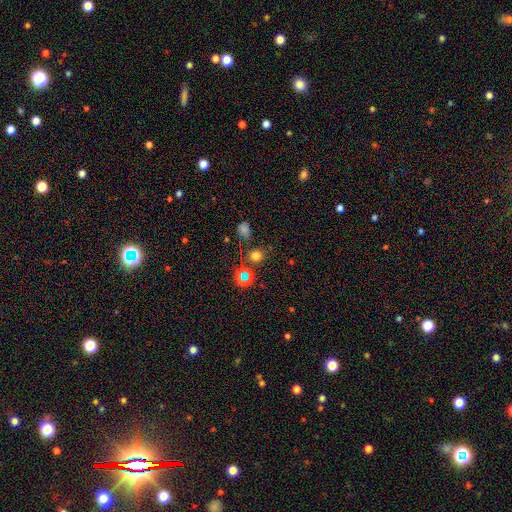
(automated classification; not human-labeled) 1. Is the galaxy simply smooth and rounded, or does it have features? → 63% smooth, 30% star or artifact, 7% featured or disk.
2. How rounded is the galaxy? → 82% round, 17% in between, 1% cigar-shaped.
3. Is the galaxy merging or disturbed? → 74% none, 12% minor disturbance, 9% merger, 6% major disturbance.